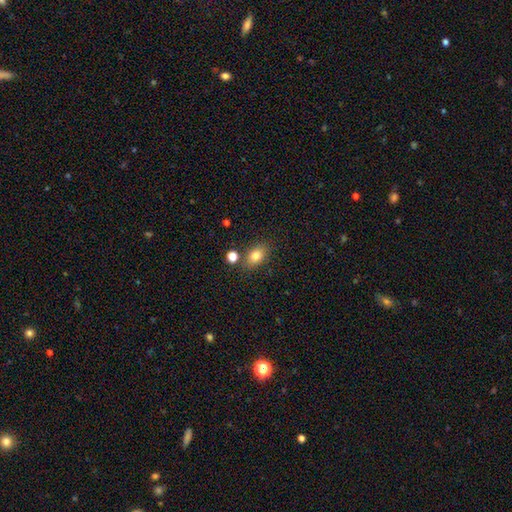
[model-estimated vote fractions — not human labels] This is clearly a smooth galaxy (81%). How rounded: likely in between (77%). Merging: likely none (76%).